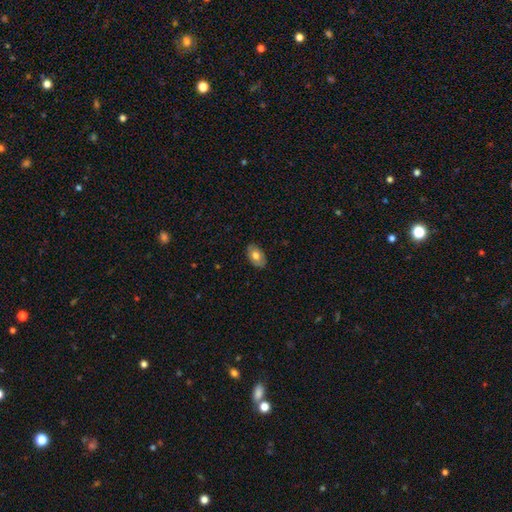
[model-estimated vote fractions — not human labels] Smooth or featured? Predicted: smooth (p=0.72). How rounded? Predicted: in between (p=0.91). Merging? Predicted: none (p=0.86).